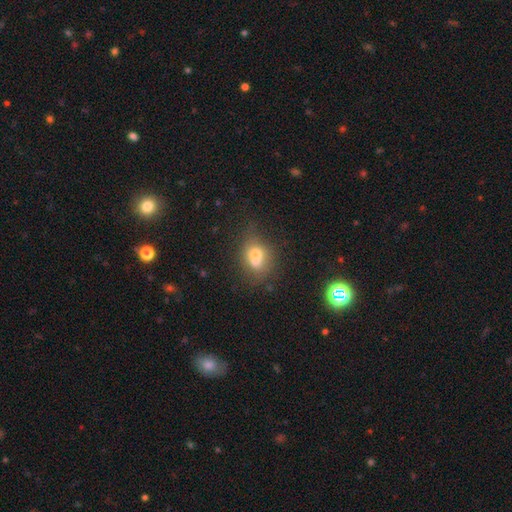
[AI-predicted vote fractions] Morphology: type=smooth (63%); roundness=round (53%); merging=merger (53%).